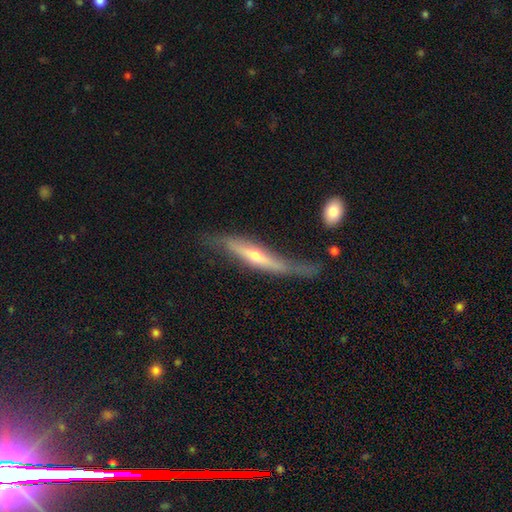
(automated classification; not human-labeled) Smooth or featured: featured or disk — 65% (smooth — 30%)
Edge-on disk: yes — 84% (no — 16%)
Edge-on bulge: rounded — 84% (none — 11%)
Merging: none — 47% (minor disturbance — 28%)